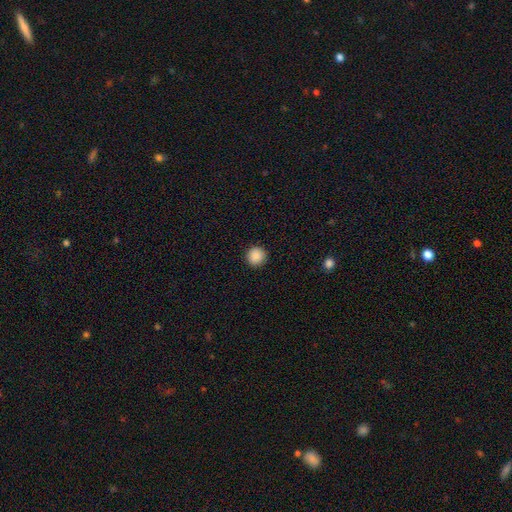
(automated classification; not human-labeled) Smooth or featured?
  - smooth: 89% *
  - star or artifact: 9%
  - featured or disk: 3%
How rounded?
  - round: 96% *
  - in between: 3%
  - cigar-shaped: 1%
Merging?
  - none: 93% *
  - minor disturbance: 5%
  - major disturbance: 2%
  - merger: 1%